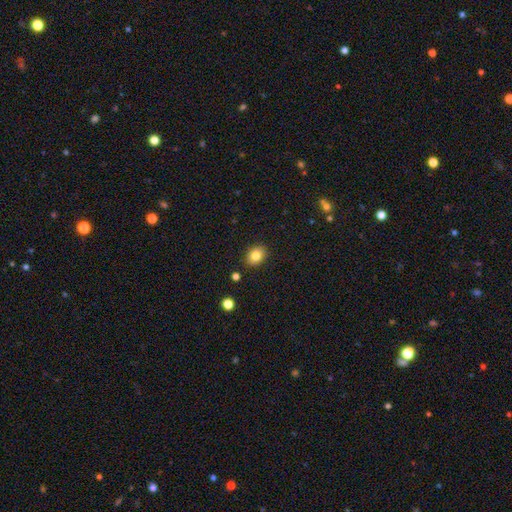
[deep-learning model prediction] Overall: smooth (82%). How rounded: in between (61%; round 38%). Merging: none (88%).